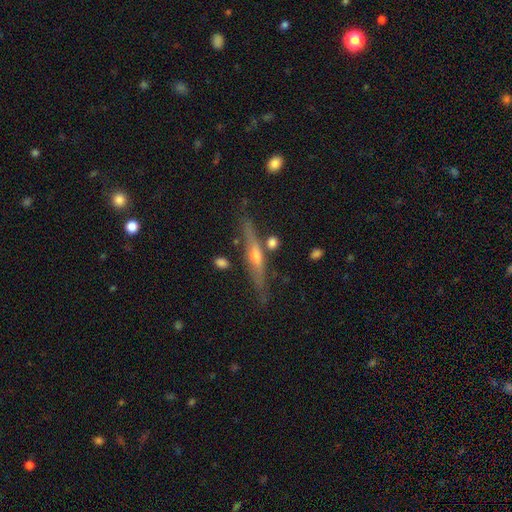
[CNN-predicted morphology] type=featured or disk (71%); edge-on=yes (95%); edge-on bulge=rounded (81%); merging=none (79%).